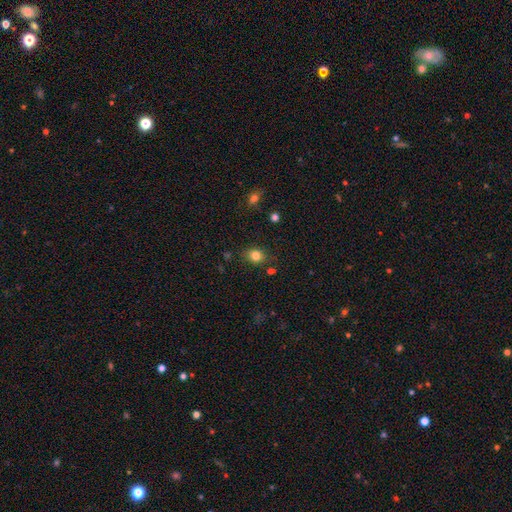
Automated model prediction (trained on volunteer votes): smooth 80%, star or artifact 12%, featured or disk 7%. Down the decision tree: how rounded — round (59%); merging — none (80%).